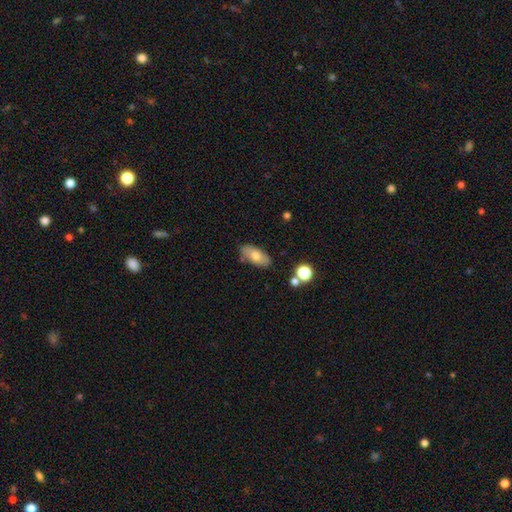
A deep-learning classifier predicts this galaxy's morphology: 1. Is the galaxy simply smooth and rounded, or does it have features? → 69% smooth, 23% featured or disk, 7% star or artifact.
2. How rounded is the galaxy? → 88% in between, 8% cigar-shaped, 4% round.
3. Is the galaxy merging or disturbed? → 80% none, 13% minor disturbance, 4% merger, 3% major disturbance.